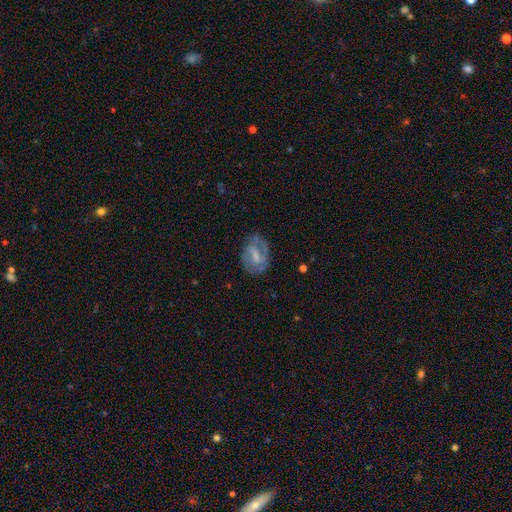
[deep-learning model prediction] Smooth or featured? featured or disk (65%)
Edge-on disk? no (96%)
Bar? weak (51%)
Spiral arms? yes (76%)
Bulge size? moderate (31%)
Merging? none (59%)